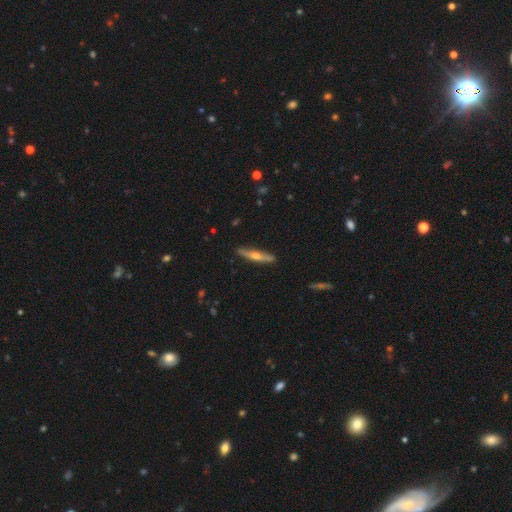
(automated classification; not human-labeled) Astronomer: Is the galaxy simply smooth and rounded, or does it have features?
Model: featured or disk — 61%.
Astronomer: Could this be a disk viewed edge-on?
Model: yes — 96%.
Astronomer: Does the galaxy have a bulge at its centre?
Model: rounded — 88%.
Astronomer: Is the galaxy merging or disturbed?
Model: none — 90%.